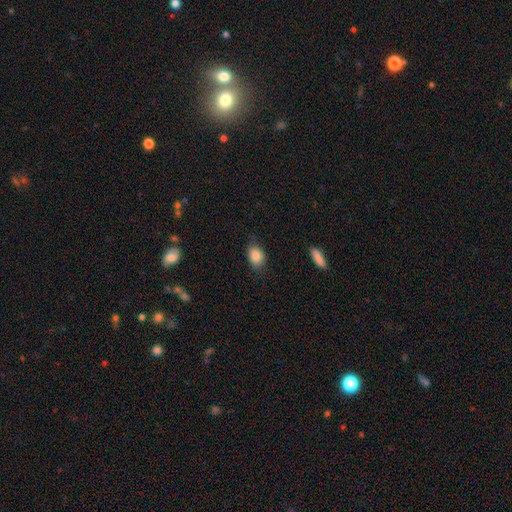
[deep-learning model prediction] Smooth or featured: smooth — 85% (star or artifact — 8%)
How rounded: in between — 69% (round — 29%)
Merging: none — 72% (minor disturbance — 22%)